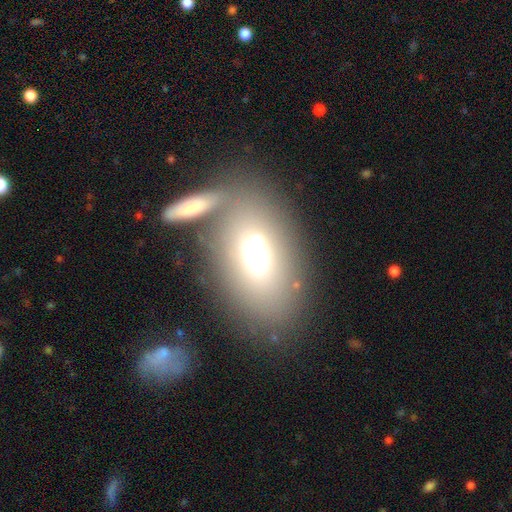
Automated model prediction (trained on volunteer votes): Smooth or featured?
  - smooth: 69% *
  - featured or disk: 20%
  - star or artifact: 12%
How rounded?
  - in between: 82% *
  - round: 15%
  - cigar-shaped: 3%
Merging?
  - none: 51% *
  - merger: 33%
  - minor disturbance: 11%
  - major disturbance: 6%